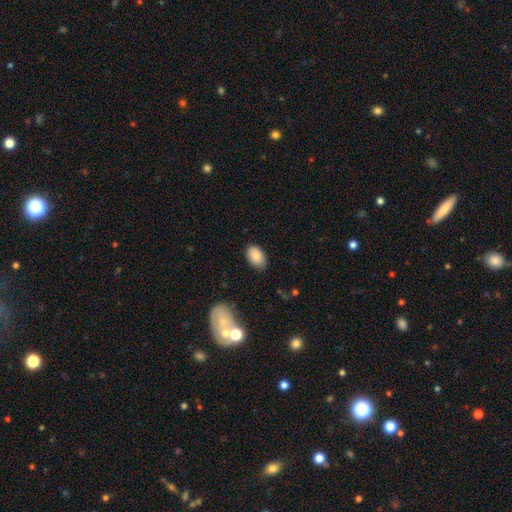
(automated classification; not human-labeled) smooth-or-featured: smooth: 87% | star or artifact: 8% | featured or disk: 5%
  how-rounded: in between: 91% | round: 8% | cigar-shaped: 1%
  merging: none: 82% | minor disturbance: 14% | major disturbance: 3% | merger: 1%